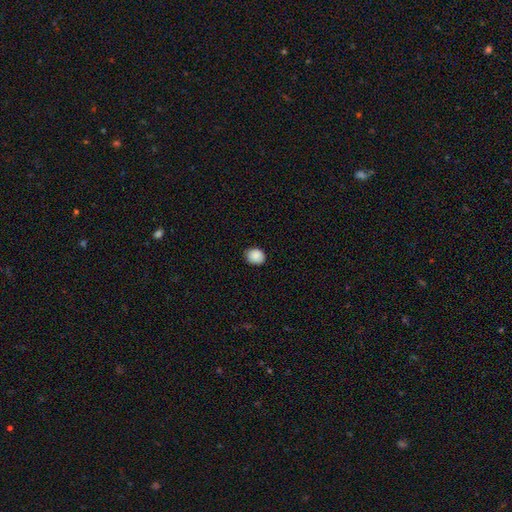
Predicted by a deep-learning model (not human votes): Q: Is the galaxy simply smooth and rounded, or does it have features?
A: smooth — 89%.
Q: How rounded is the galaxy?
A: round — 64%.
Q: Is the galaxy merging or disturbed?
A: none — 85%.